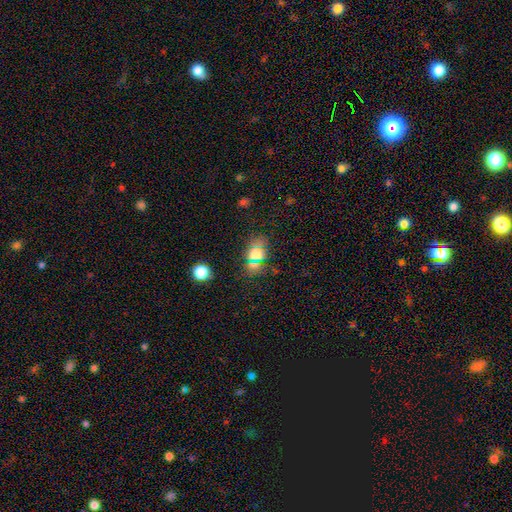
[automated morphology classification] A smooth galaxy with no disk features (59%) that is in between round and cigar-shaped (56%).

Vote fractions:
- Smooth or featured? smooth: 59% / star or artifact: 32% / featured or disk: 10%
- How rounded? in between: 56% / round: 40% / cigar-shaped: 3%
- Merging? none: 77% / minor disturbance: 13% / major disturbance: 6% / merger: 4%